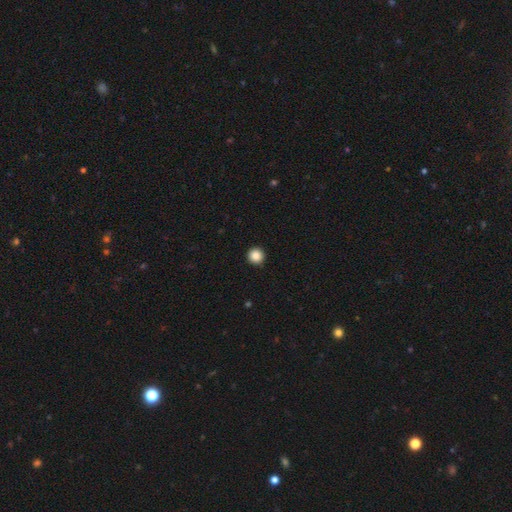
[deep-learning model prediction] smooth 87%, star or artifact 10%, featured or disk 3%. Down the decision tree: how rounded — round (96%); merging — none (94%).